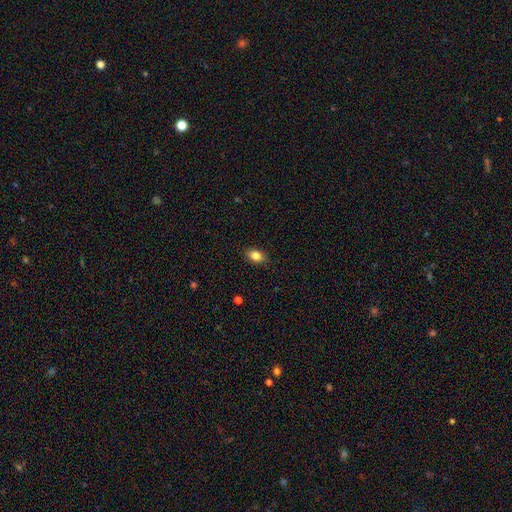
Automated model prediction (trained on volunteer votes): The model was most divided on "how rounded": in between: 80%, round: 18%, cigar-shaped: 2%. More confident: merging — none (88%); smooth or featured — smooth (85%).